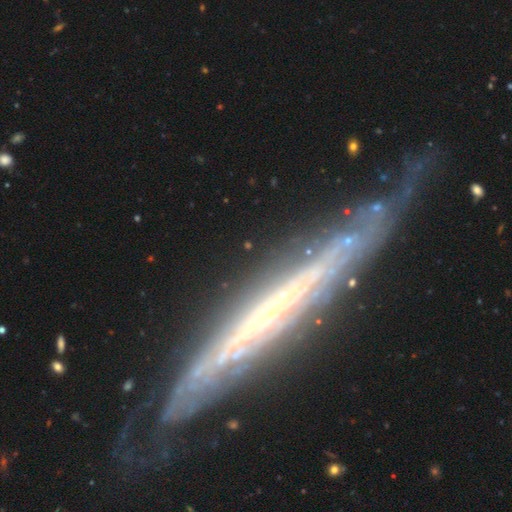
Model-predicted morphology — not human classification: Q: Smooth or featured?
A: featured or disk (81%); runner-up: smooth (12%)
Q: Edge-on disk?
A: yes (77%); runner-up: no (23%)
Q: Edge-on bulge?
A: none (77%); runner-up: rounded (16%)
Q: Merging?
A: none (71%); runner-up: minor disturbance (20%)